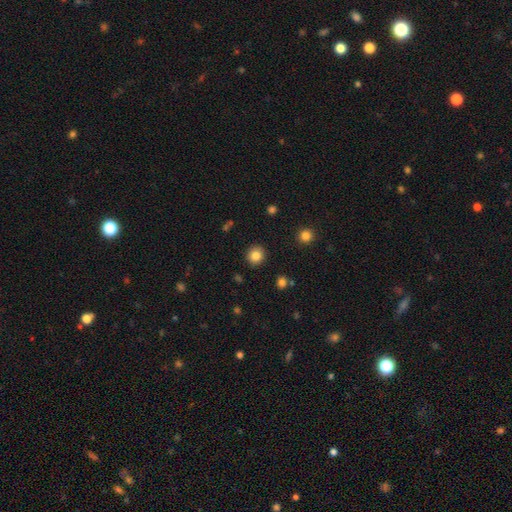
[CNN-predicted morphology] Overall: smooth (84%). How rounded: round (92%). Merging: none (91%).